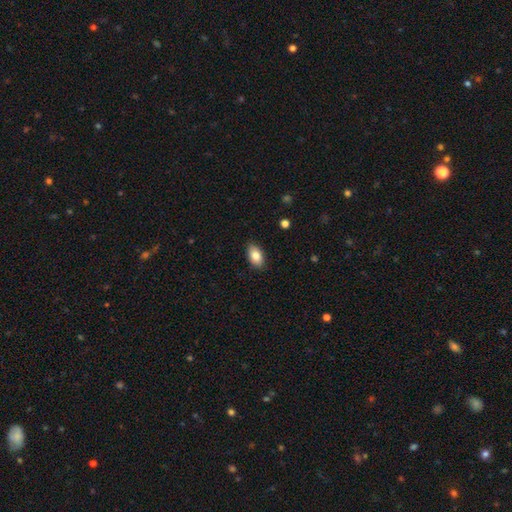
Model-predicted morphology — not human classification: smooth-or-featured: smooth: 83% | featured or disk: 10% | star or artifact: 7%
  how-rounded: in between: 92% | round: 6% | cigar-shaped: 3%
  merging: none: 87% | minor disturbance: 10% | major disturbance: 2% | merger: 1%